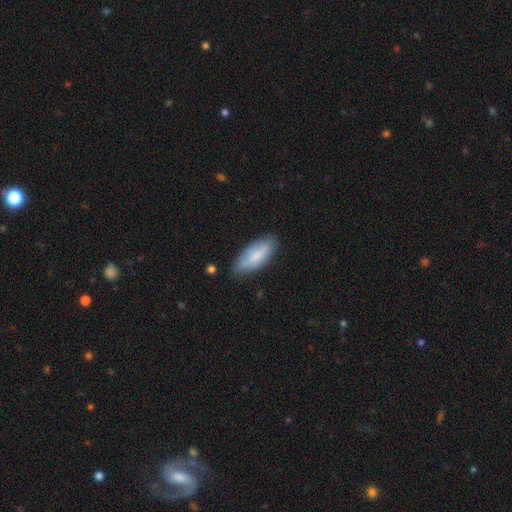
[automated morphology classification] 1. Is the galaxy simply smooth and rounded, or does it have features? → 76% smooth, 18% featured or disk, 6% star or artifact.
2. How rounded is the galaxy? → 79% in between, 19% cigar-shaped, 2% round.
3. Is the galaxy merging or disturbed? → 73% none, 22% minor disturbance, 4% major disturbance, 2% merger.